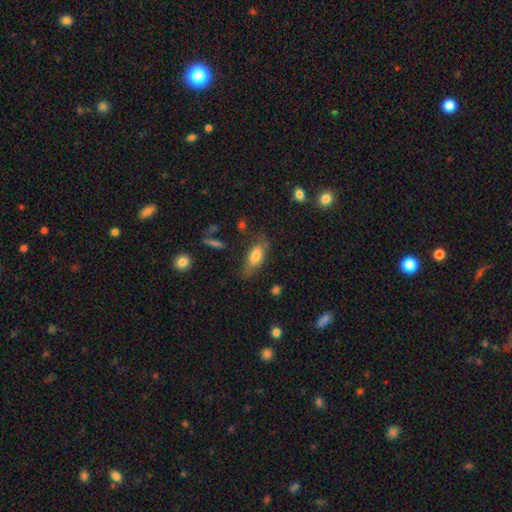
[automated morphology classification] Q: Smooth or featured?
A: smooth (74%); runner-up: featured or disk (18%)
Q: How rounded?
A: in between (78%); runner-up: cigar-shaped (18%)
Q: Merging?
A: none (66%); runner-up: minor disturbance (23%)